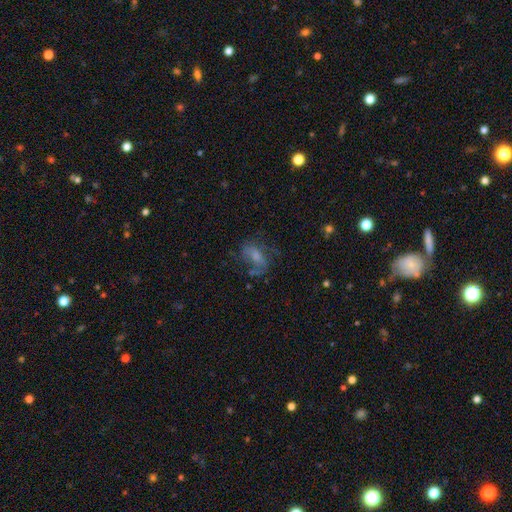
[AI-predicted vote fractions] Smooth or featured? featured or disk (42%)
Merging? none (54%)